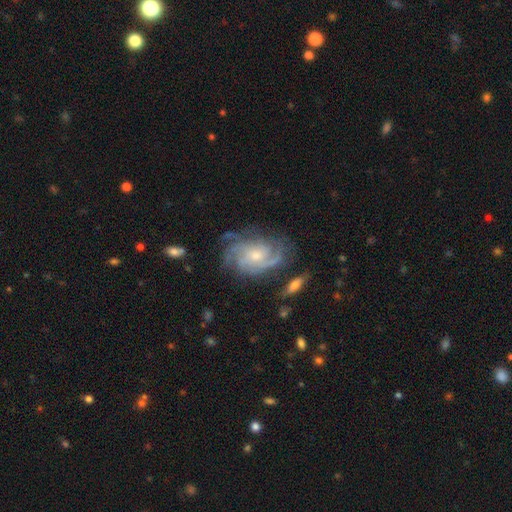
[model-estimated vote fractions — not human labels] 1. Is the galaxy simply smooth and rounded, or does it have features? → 85% featured or disk, 8% smooth, 6% star or artifact.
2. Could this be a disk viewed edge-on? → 96% no, 4% yes.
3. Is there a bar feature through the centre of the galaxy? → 70% no, 26% weak, 5% strong.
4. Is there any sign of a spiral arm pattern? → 96% yes, 4% no.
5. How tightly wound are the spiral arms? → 52% tight, 36% medium, 12% loose.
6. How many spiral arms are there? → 28% can't tell, 24% 3, 20% 4, 14% 2, 7% more than 4, 6% 1.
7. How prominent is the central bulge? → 54% small, 40% moderate, 3% large, 2% none, 1% dominant.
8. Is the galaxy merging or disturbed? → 67% none, 19% minor disturbance, 10% major disturbance, 3% merger.